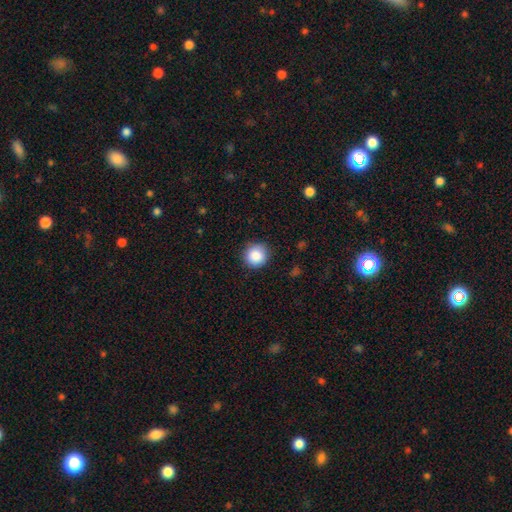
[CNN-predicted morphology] A smooth galaxy with no disk features (87%) that is round (93%).

Vote fractions:
- Smooth or featured? smooth: 87% / star or artifact: 9% / featured or disk: 4%
- How rounded? round: 93% / in between: 6% / cigar-shaped: 1%
- Merging? none: 88% / minor disturbance: 9% / major disturbance: 2% / merger: 1%